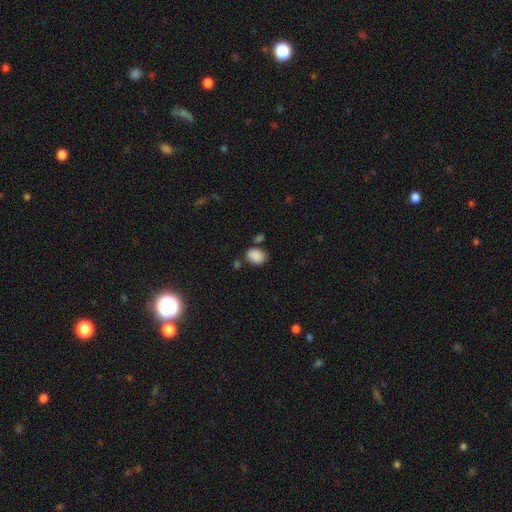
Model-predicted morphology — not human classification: smooth_or_featured: smooth (p=0.87) [alt: star or artifact p=0.09]
how_rounded: in between (p=0.66) [alt: round p=0.33]
merging: none (p=0.70) [alt: minor disturbance p=0.16]